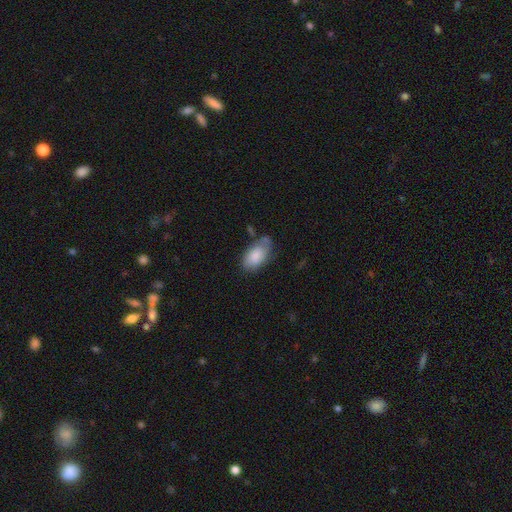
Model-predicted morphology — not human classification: A smooth galaxy with no disk features (84%) that is in between round and cigar-shaped (94%).

Vote fractions:
- Smooth or featured? smooth: 84% / featured or disk: 10% / star or artifact: 6%
- How rounded? in between: 94% / round: 3% / cigar-shaped: 3%
- Merging? none: 59% / minor disturbance: 26% / merger: 8% / major disturbance: 7%